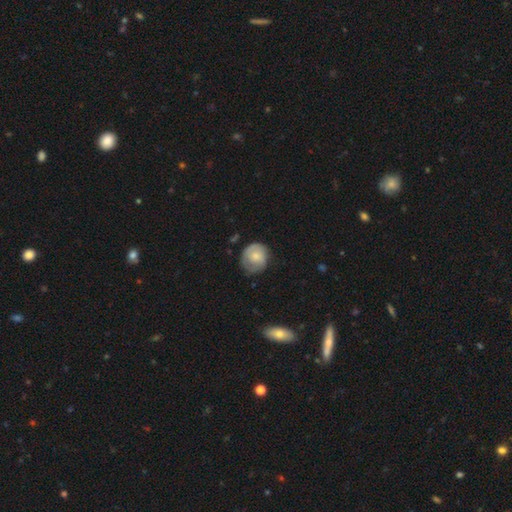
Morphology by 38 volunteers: A smooth galaxy with no disk features (71%) that is round (74%).

Vote fractions:
- Smooth or featured? smooth: 71% / featured or disk: 24% / star or artifact: 5%
- How rounded? round: 74% / in between: 26% / cigar-shaped: 0%
- Merging? none: 44% / minor disturbance: 33% / major disturbance: 22% / merger: 0%